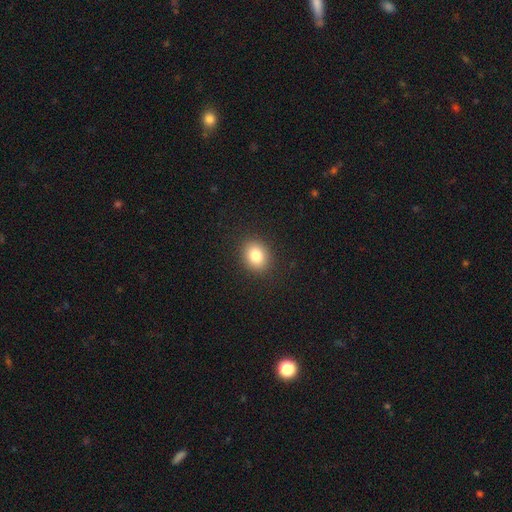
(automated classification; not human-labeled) Smooth or featured? Predicted: smooth (p=0.82). How rounded? Predicted: round (p=0.52). Merging? Predicted: none (p=0.89).